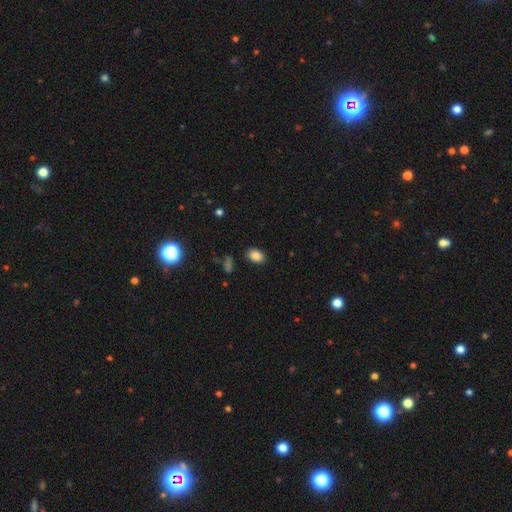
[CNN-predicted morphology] smooth_or_featured: smooth (p=0.85) [alt: star or artifact p=0.09]
how_rounded: in between (p=0.85) [alt: round p=0.14]
merging: none (p=0.86) [alt: minor disturbance p=0.09]